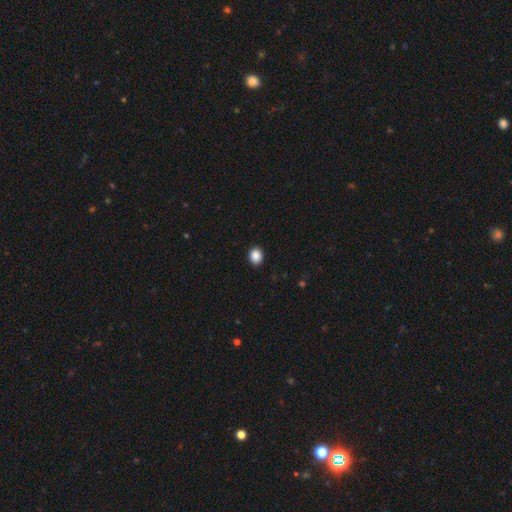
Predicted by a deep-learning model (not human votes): Overall: smooth (88%). How rounded: round (60%; in between 39%). Merging: none (91%).